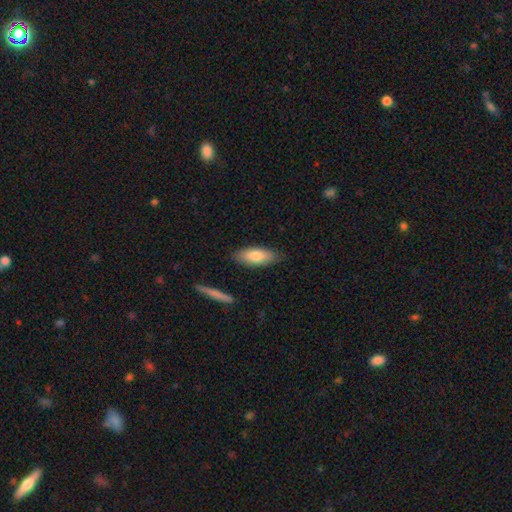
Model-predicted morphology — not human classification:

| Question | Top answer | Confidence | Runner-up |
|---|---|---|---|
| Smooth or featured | smooth | 80% | featured or disk (15%) |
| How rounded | in between | 77% | cigar-shaped (21%) |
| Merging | none | 82% | minor disturbance (13%) |